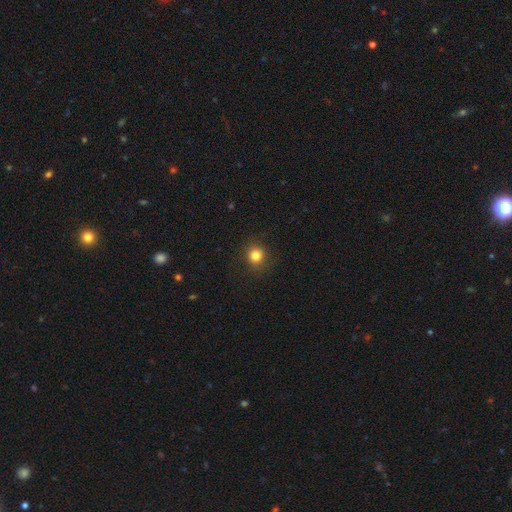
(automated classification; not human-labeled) This appears to be a smooth galaxy with no disk features (82%) that is round (89%). Merging: none (89%).